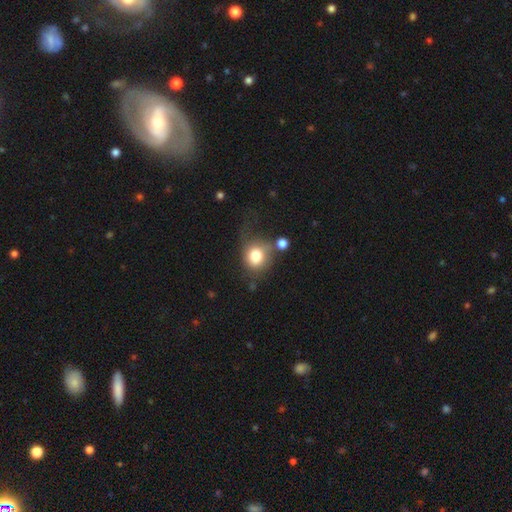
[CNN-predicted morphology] This appears to be a smooth galaxy with no disk features (77%) that is round (70%). Merging: none (42%).